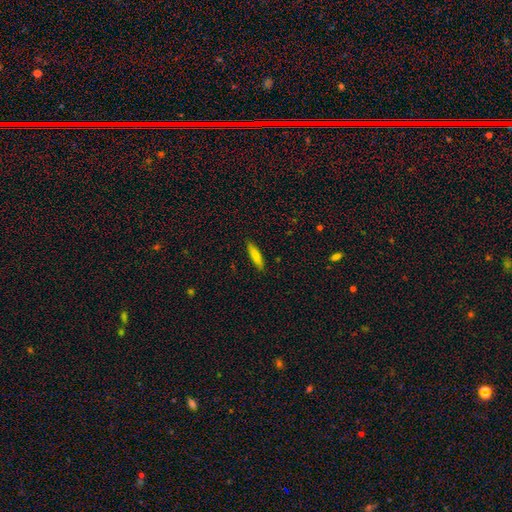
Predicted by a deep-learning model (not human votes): Smooth or featured? Predicted: smooth (p=0.80). How rounded? Predicted: cigar-shaped (p=0.79). Merging? Predicted: none (p=0.88).